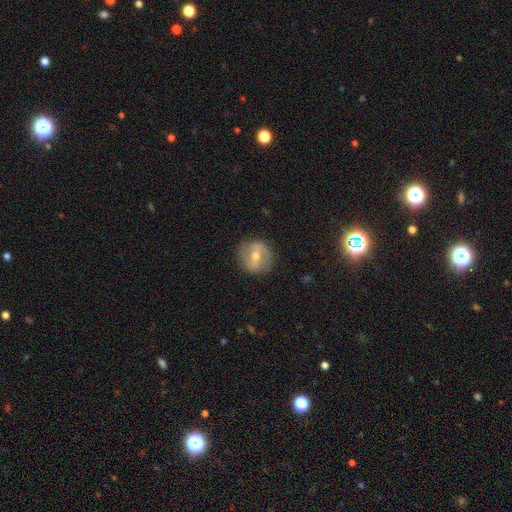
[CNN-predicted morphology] Q: Smooth or featured?
A: featured or disk (63%); runner-up: smooth (27%)
Q: Edge-on disk?
A: no (95%); runner-up: yes (5%)
Q: Bar?
A: weak (41%); runner-up: strong (35%)
Q: Spiral arms?
A: yes (69%); runner-up: no (31%)
Q: Bulge size?
A: moderate (67%); runner-up: small (29%)
Q: Merging?
A: none (85%); runner-up: minor disturbance (11%)